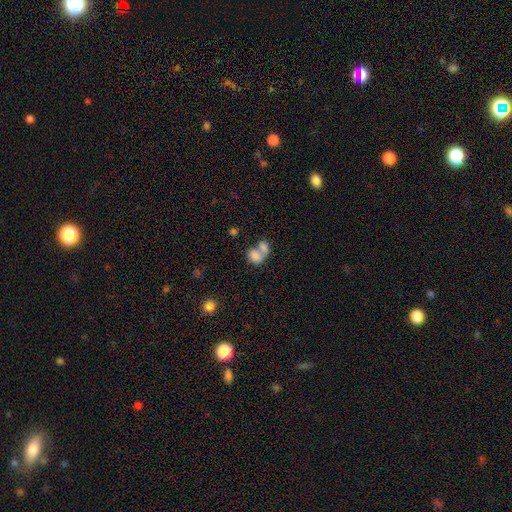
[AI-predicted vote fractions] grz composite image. It shows a smooth galaxy with no disk features (77%) that is in between round and cigar-shaped (58%). Merging: merger (70%).